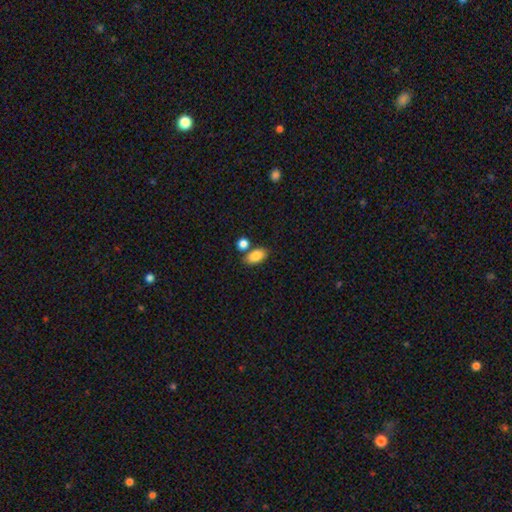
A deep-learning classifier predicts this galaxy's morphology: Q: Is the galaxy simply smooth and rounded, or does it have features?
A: smooth — 85%.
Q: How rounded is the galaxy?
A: in between — 90%.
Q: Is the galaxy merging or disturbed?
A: none — 68%.